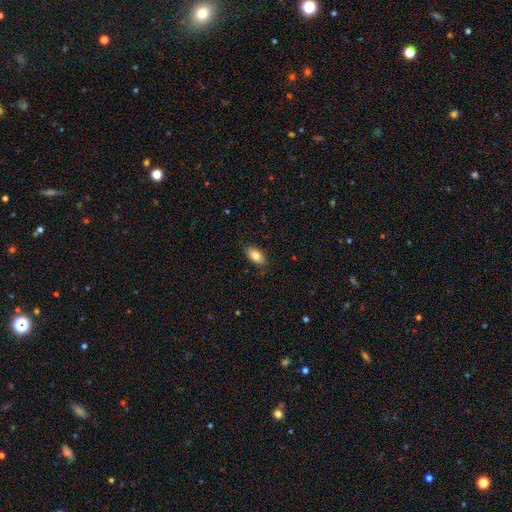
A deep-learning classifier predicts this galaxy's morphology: A smooth galaxy with no disk features (84%) that is in between round and cigar-shaped (91%). Merging: none (85%).